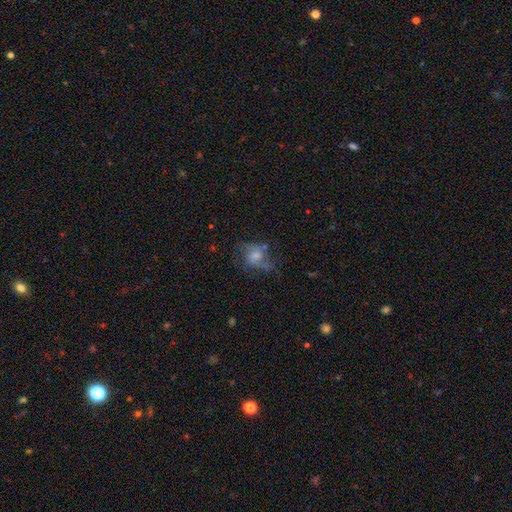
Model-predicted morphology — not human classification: Smooth or featured? Predicted: smooth (p=0.45). Merging? Predicted: none (p=0.41).